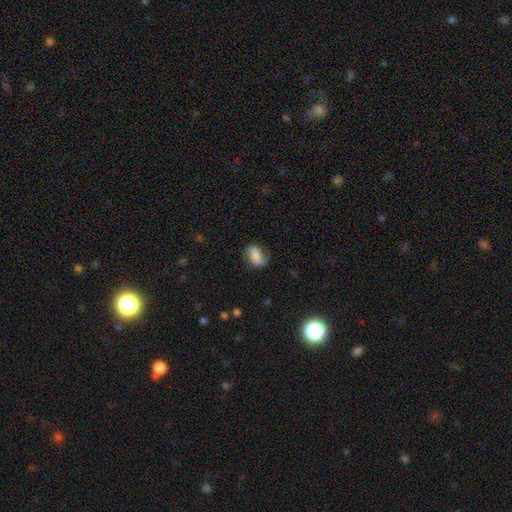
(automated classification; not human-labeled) This appears to be a smooth galaxy with no disk features (71%) that is in between round and cigar-shaped (84%). Merging: none (69%).